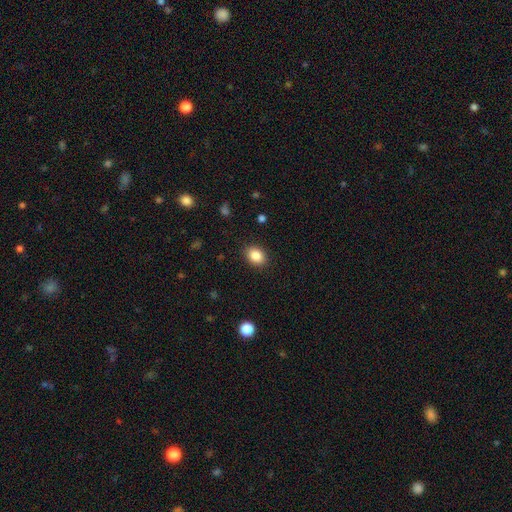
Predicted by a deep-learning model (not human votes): A smooth galaxy with no disk features (86%) that is in between round and cigar-shaped (69%).

Vote fractions:
- Smooth or featured? smooth: 86% / star or artifact: 9% / featured or disk: 5%
- How rounded? in between: 69% / round: 30% / cigar-shaped: 1%
- Merging? none: 89% / minor disturbance: 8% / major disturbance: 2% / merger: 1%